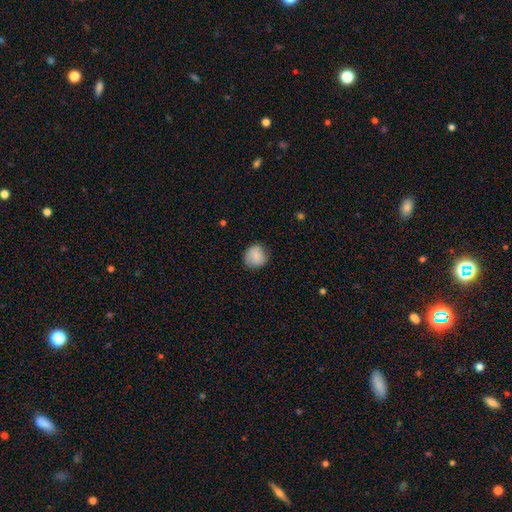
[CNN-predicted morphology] Smooth or featured?
  - smooth: 84% *
  - featured or disk: 8%
  - star or artifact: 8%
How rounded?
  - round: 85% *
  - in between: 14%
  - cigar-shaped: 1%
Merging?
  - none: 79% *
  - minor disturbance: 17%
  - major disturbance: 4%
  - merger: 1%